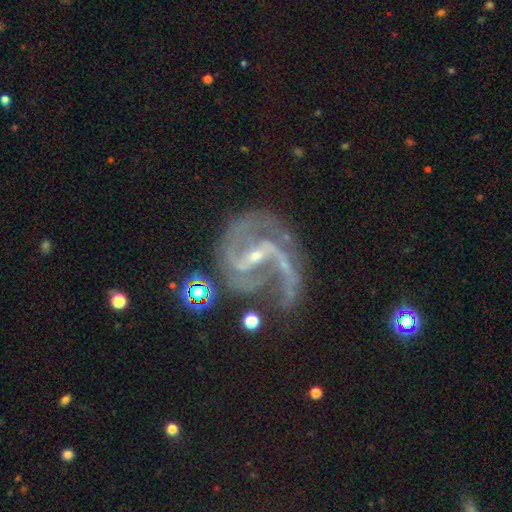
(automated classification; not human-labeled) The model was most divided on "bar": strong: 45%, weak: 38%, no: 18%. Remaining: edge-on disk — no (98%); spiral arms — yes (98%); smooth or featured — featured or disk (91%); bulge size — small (82%); spiral arm count — 2 (77%); spiral winding — medium (53%); merging — none (50%).